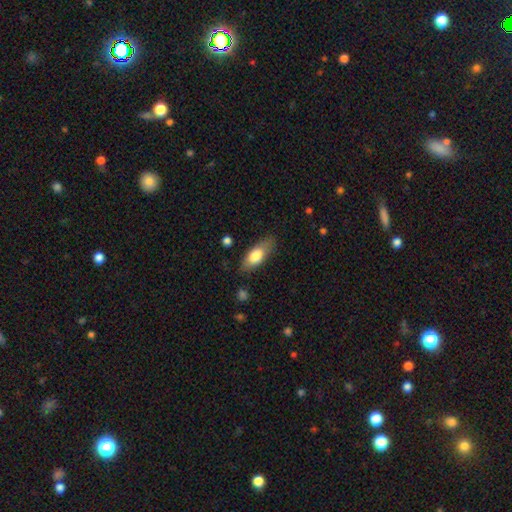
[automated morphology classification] Q: Smooth or featured?
A: smooth (73%); runner-up: featured or disk (21%)
Q: How rounded?
A: in between (77%); runner-up: cigar-shaped (20%)
Q: Merging?
A: none (77%); runner-up: minor disturbance (17%)